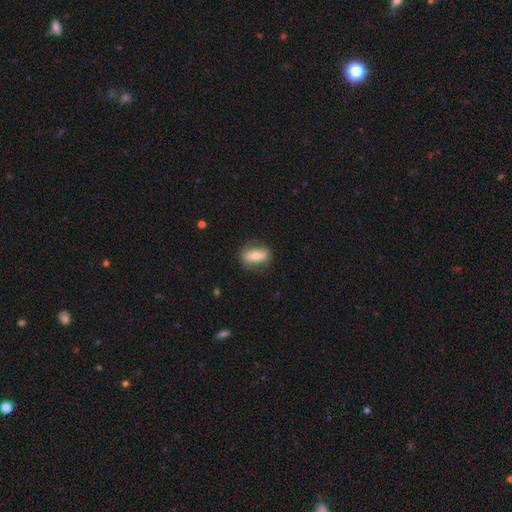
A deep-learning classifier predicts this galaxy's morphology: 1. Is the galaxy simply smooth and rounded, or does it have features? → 62% smooth, 31% featured or disk, 7% star or artifact.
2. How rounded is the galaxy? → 81% in between, 10% cigar-shaped, 9% round.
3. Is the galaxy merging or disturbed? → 81% none, 14% minor disturbance, 4% major disturbance, 1% merger.